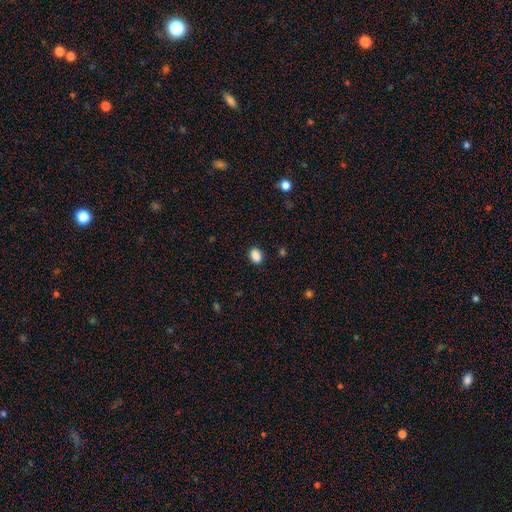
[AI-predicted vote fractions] Smooth or featured: smooth — 88% (star or artifact — 9%)
How rounded: in between — 74% (round — 24%)
Merging: none — 88% (minor disturbance — 9%)